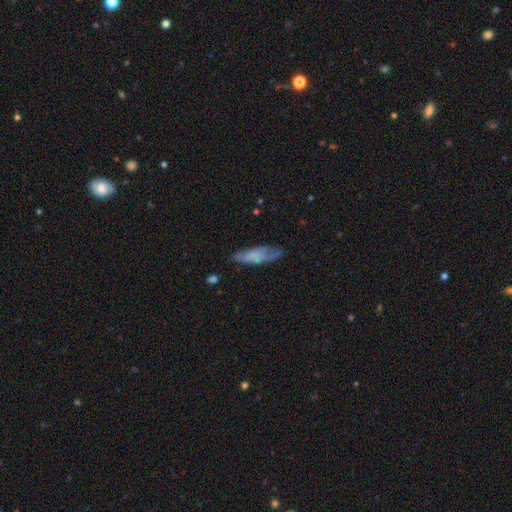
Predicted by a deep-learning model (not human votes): A smooth galaxy with no disk features (56%) that is in between round and cigar-shaped (57%).

Vote fractions:
- Smooth or featured? smooth: 56% / featured or disk: 36% / star or artifact: 8%
- How rounded? in between: 57% / cigar-shaped: 41% / round: 2%
- Merging? none: 54% / minor disturbance: 30% / major disturbance: 14% / merger: 3%